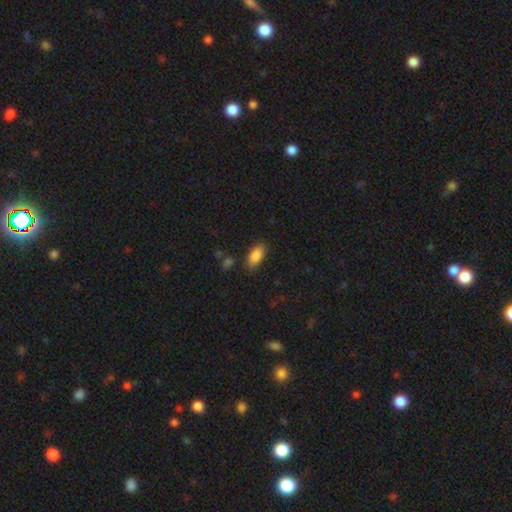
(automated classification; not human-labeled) Q: Smooth or featured?
A: smooth (88%); runner-up: star or artifact (7%)
Q: How rounded?
A: in between (90%); runner-up: cigar-shaped (7%)
Q: Merging?
A: none (83%); runner-up: minor disturbance (12%)